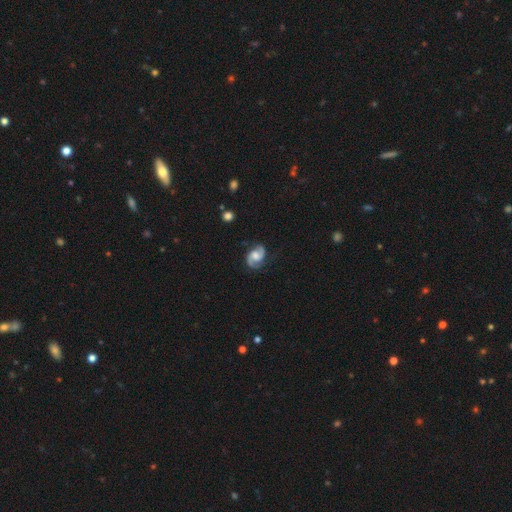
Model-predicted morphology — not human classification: This is clearly a featured or disk galaxy (86%). It is clearly not viewed edge-on (98%). Bar: possibly no (52%). Spiral arm pattern: clearly yes (97%). Spiral arm count: clearly 2 (93%). Spiral winding: possibly medium (53%). Central bulge: possibly moderate (55%). Merging: likely none (80%).